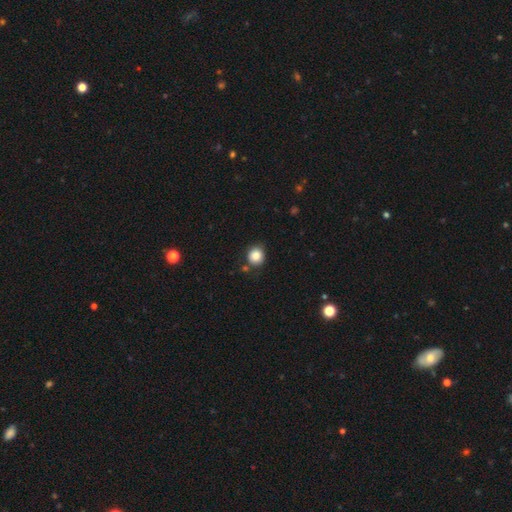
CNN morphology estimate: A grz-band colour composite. It shows a smooth galaxy with no disk features (85%) that is round (86%). Merging: none (80%).